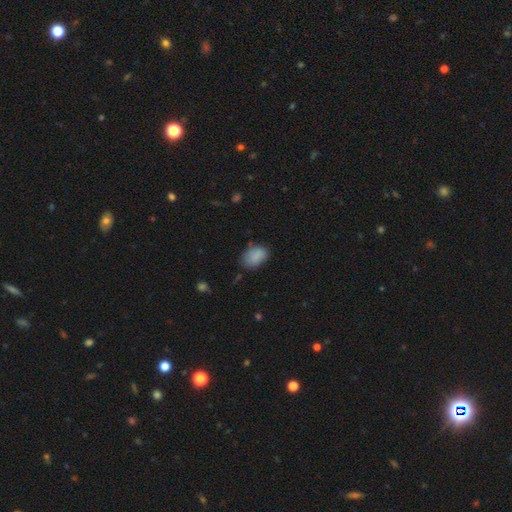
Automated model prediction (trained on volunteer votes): Morphology: type=smooth (87%); roundness=in between (86%); merging=none (71%).